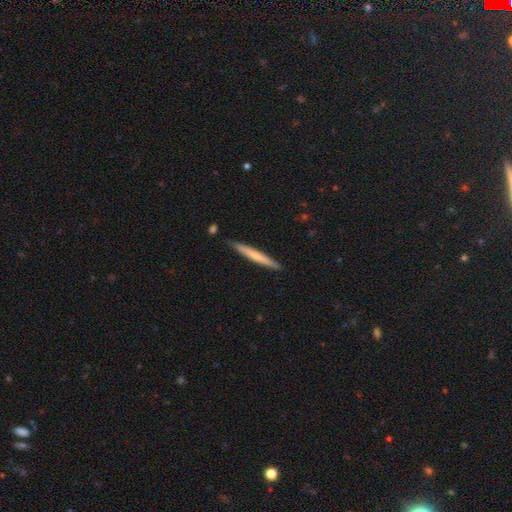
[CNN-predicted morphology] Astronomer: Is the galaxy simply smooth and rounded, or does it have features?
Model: smooth — 59% (runner-up: featured or disk, 36%).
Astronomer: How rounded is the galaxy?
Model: cigar-shaped — 97%.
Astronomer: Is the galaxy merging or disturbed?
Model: none — 88%.